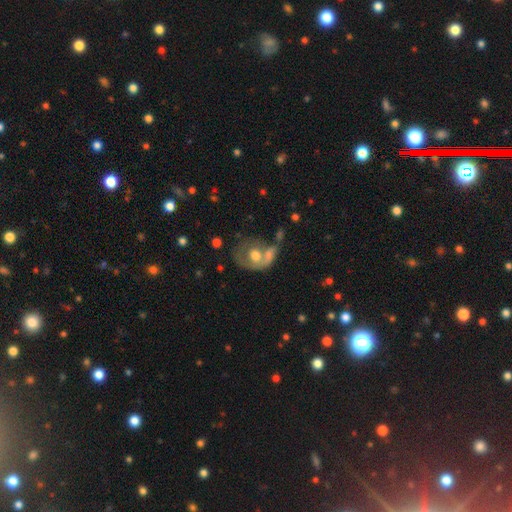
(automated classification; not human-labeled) Smooth or featured? smooth (48%)
Merging? merger (35%)